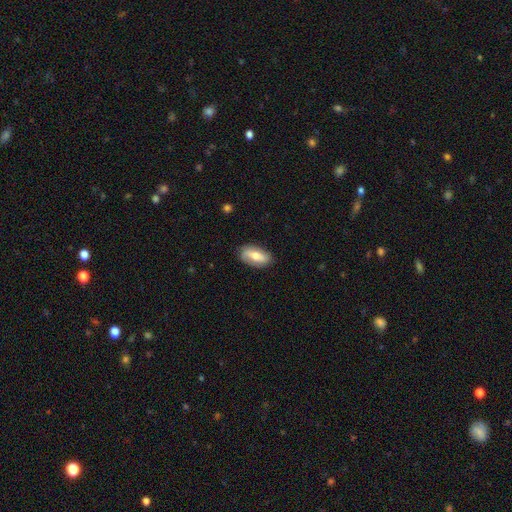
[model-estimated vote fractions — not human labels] Morphology: type=smooth (57%); roundness=in between (88%); merging=none (84%).